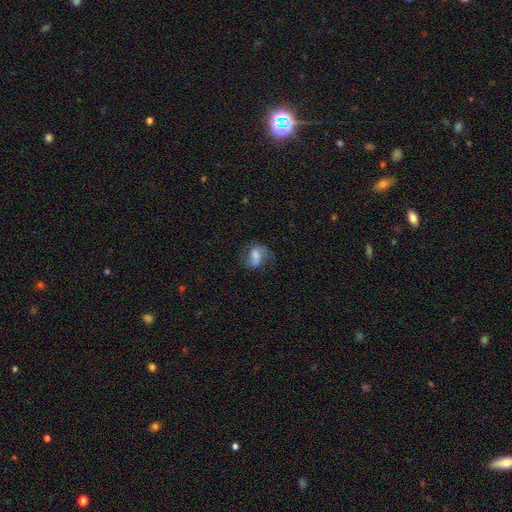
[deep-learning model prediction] This is possibly a smooth galaxy (50%). Merging: possibly none (53%).